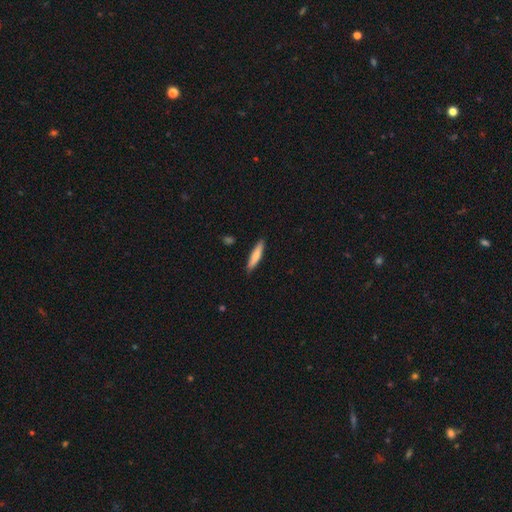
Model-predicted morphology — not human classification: Smooth or featured?
  - smooth: 76% *
  - featured or disk: 18%
  - star or artifact: 5%
How rounded?
  - cigar-shaped: 85% *
  - in between: 14%
  - round: 1%
Merging?
  - none: 87% *
  - minor disturbance: 10%
  - major disturbance: 2%
  - merger: 1%